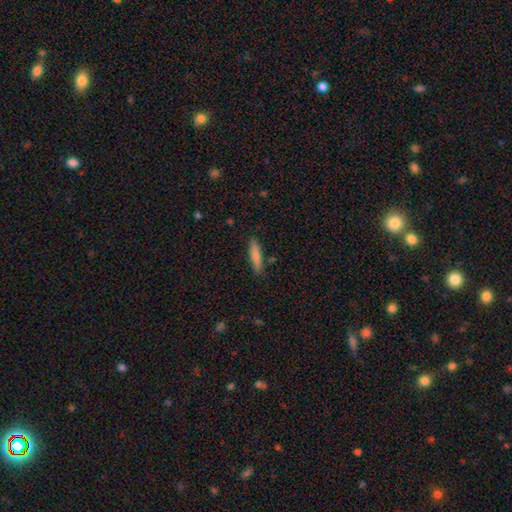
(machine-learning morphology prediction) type=smooth (76%); roundness=cigar-shaped (83%); merging=none (86%).